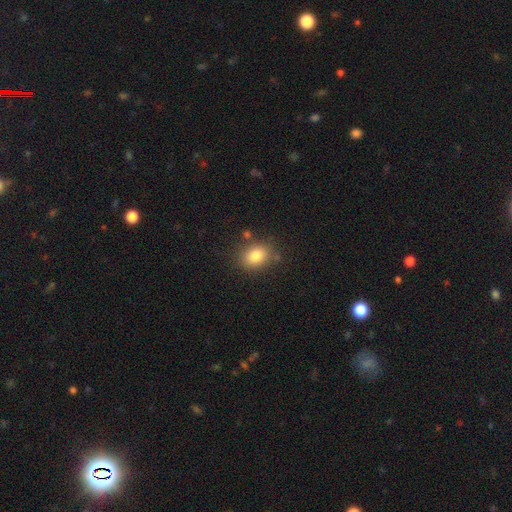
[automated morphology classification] smooth-or-featured: smooth: 83% | star or artifact: 10% | featured or disk: 8%
  how-rounded: in between: 63% | round: 36% | cigar-shaped: 1%
  merging: none: 78% | minor disturbance: 13% | merger: 5% | major disturbance: 4%